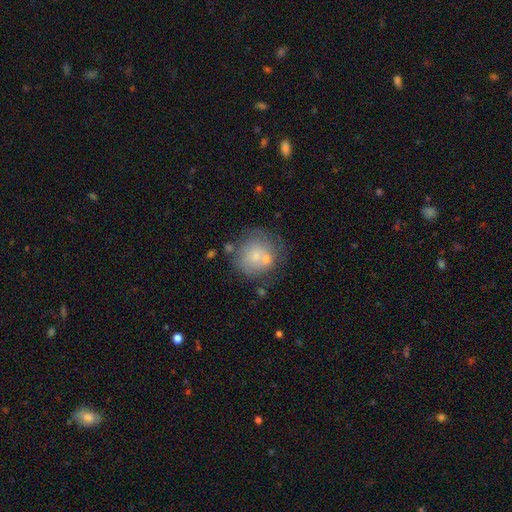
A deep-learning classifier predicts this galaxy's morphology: Overall: smooth (61%; featured or disk 29%). How rounded: round (88%). Merging: none (52%; merger 21%).